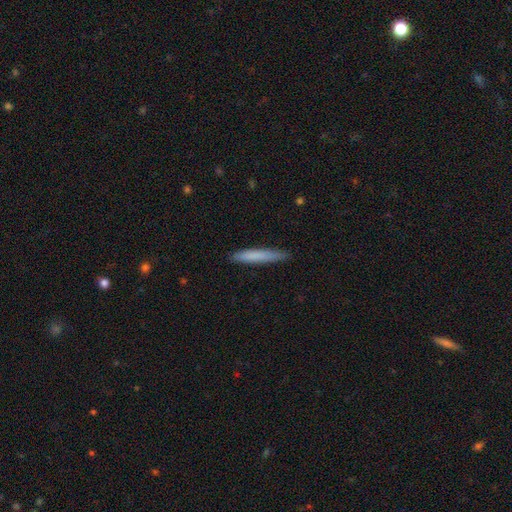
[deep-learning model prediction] This is likely a smooth galaxy (76%). How rounded: clearly cigar-shaped (95%). Merging: clearly none (87%).